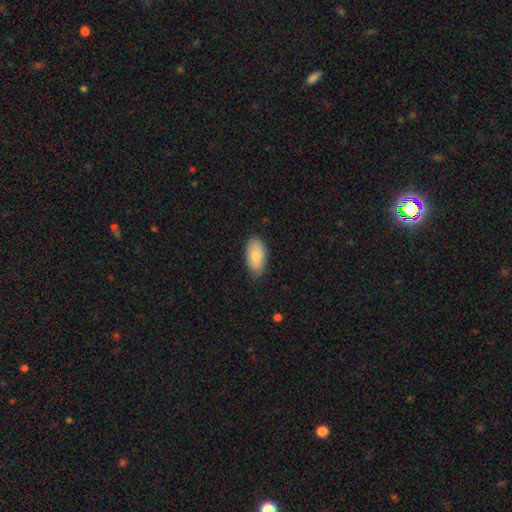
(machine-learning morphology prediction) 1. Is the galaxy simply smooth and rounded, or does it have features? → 86% smooth, 8% featured or disk, 6% star or artifact.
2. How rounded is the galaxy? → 95% in between, 3% cigar-shaped, 3% round.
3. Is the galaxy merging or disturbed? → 82% none, 15% minor disturbance, 3% major disturbance, 1% merger.